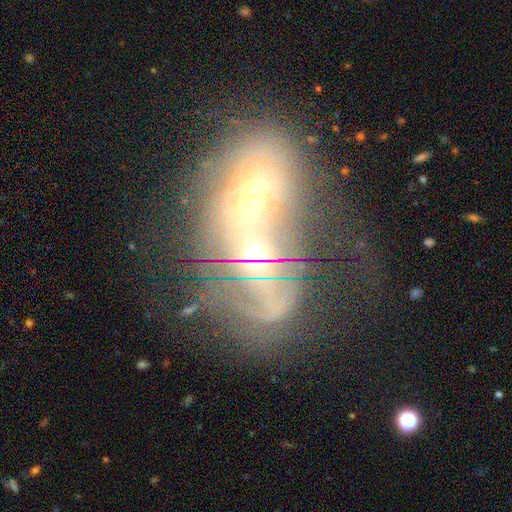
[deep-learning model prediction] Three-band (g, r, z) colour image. It shows a star or artifact, not a galaxy (44%).